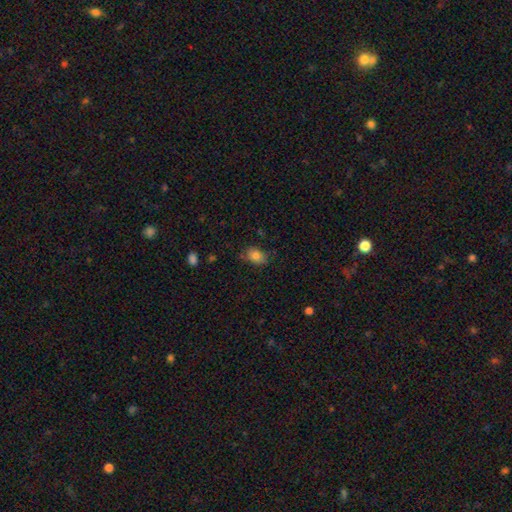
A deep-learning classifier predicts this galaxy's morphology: type=smooth (82%); roundness=in between (78%); merging=none (73%).